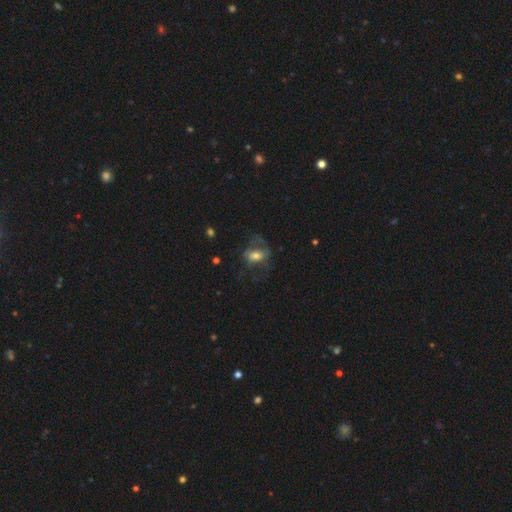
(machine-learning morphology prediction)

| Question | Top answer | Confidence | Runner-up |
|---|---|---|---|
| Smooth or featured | smooth | 45% | tied: featured or disk (45%) |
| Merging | none | 39% | major disturbance (38%) |